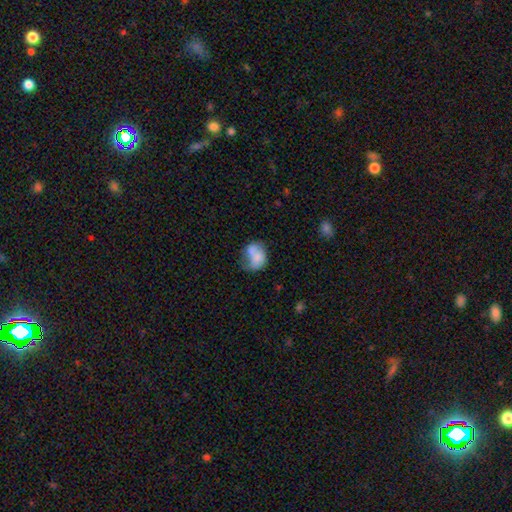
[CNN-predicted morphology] smooth_or_featured: smooth (p=0.65) [alt: featured or disk p=0.26]
how_rounded: in between (p=0.59) [alt: round p=0.40]
merging: merger (p=0.31) [alt: none p=0.26]